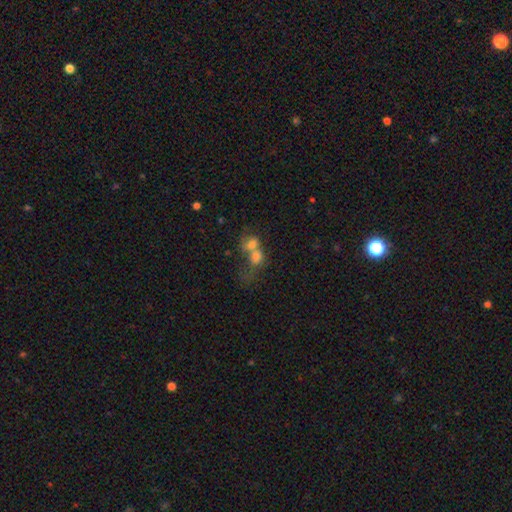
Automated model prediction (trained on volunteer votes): The model was most divided on "how rounded": round: 62%, in between: 36%, cigar-shaped: 2%. More confident: merging — merger (70%); smooth or featured — smooth (62%).